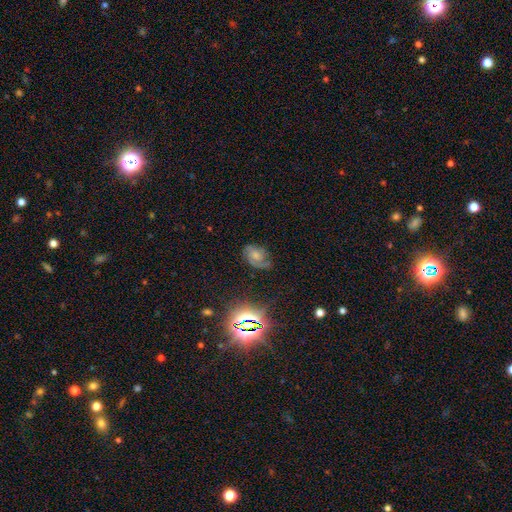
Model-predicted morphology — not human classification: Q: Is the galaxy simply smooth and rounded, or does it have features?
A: featured or disk — 64%.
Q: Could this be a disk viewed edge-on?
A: no — 97%.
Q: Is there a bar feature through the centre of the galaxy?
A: no — 65%.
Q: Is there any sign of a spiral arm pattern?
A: yes — 91%.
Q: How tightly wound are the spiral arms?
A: tight — 44%.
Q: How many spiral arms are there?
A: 2 — 60%.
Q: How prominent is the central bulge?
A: moderate — 34%.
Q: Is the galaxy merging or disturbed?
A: none — 64%.